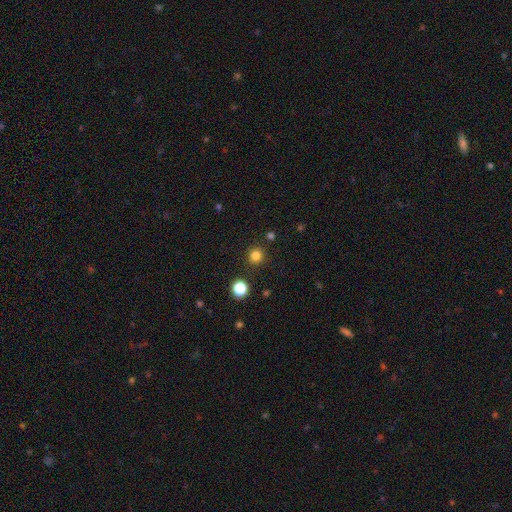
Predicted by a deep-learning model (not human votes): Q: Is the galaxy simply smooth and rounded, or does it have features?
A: smooth — 81%.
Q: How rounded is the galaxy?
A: round — 92%.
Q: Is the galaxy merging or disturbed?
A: none — 89%.